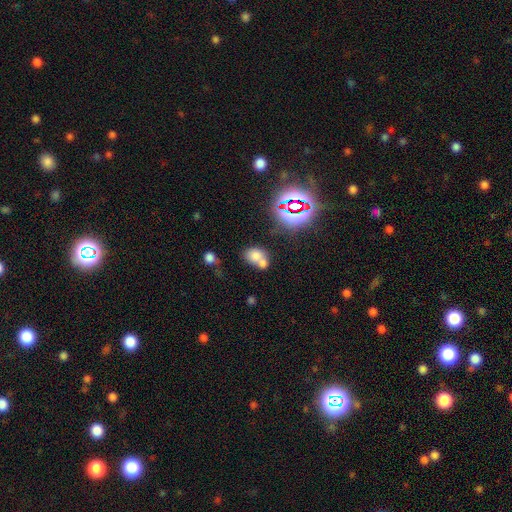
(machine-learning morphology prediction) The model was most divided on "how rounded": in between: 55%, round: 44%, cigar-shaped: 1%. More confident: smooth or featured — smooth (67%); merging — merger (55%).